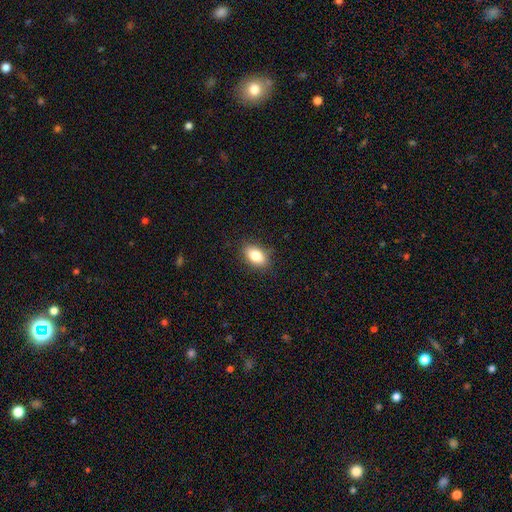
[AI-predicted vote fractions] This appears to be a smooth galaxy with no disk features (83%) that is in between round and cigar-shaped (89%). Merging: none (86%).